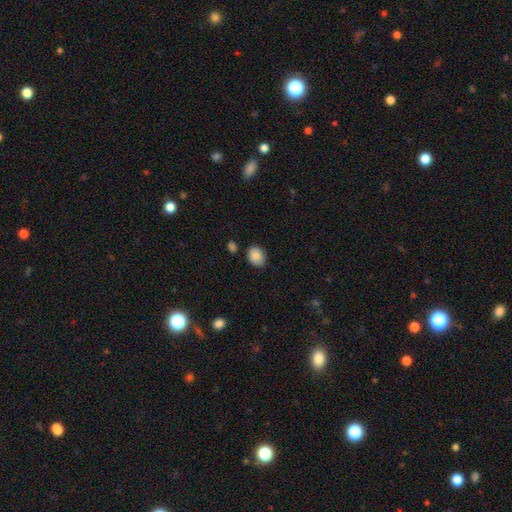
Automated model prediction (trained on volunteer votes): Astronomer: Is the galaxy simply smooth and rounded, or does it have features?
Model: smooth — 84%.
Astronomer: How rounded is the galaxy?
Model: in between — 62%.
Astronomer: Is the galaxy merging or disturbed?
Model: none — 80%.